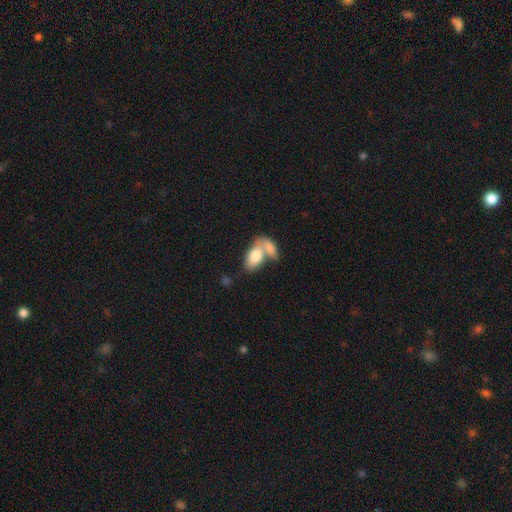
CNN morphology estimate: A smooth galaxy with no disk features (79%) that is in between round and cigar-shaped (92%).

Vote fractions:
- Smooth or featured? smooth: 79% / featured or disk: 15% / star or artifact: 5%
- How rounded? in between: 92% / round: 4% / cigar-shaped: 3%
- Merging? merger: 66% / none: 22% / minor disturbance: 8% / major disturbance: 5%